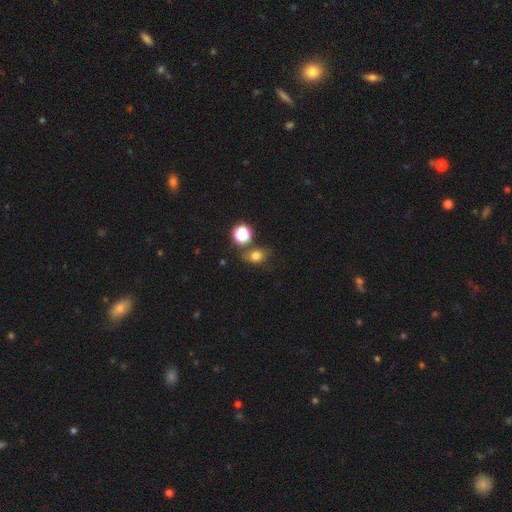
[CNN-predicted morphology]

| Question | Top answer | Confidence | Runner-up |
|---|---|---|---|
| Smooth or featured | smooth | 73% | star or artifact (17%) |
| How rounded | round | 51% | in between (48%) |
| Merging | none | 62% | minor disturbance (18%) |